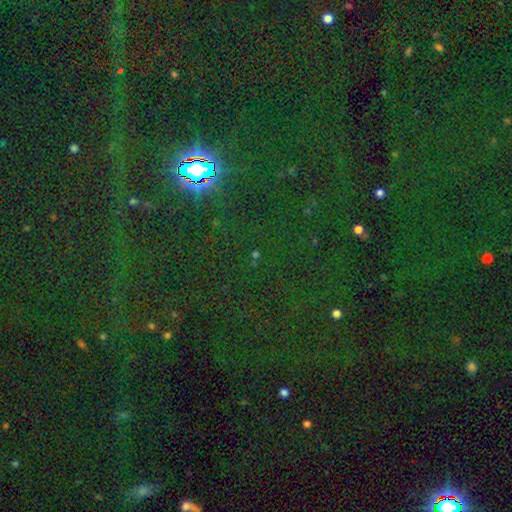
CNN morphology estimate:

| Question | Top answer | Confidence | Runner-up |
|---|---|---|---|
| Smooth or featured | star or artifact | 85% | smooth (9%) |